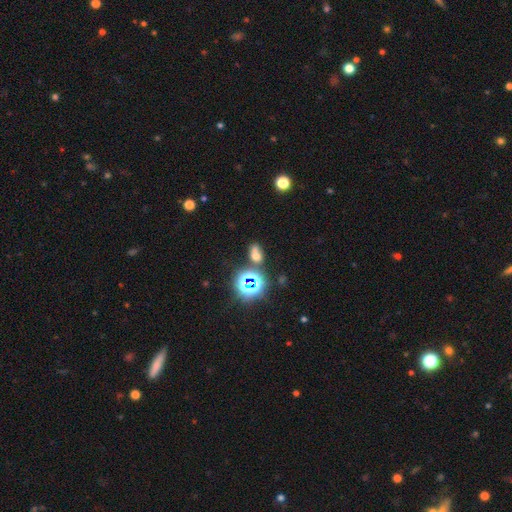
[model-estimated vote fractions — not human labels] smooth 48%, star or artifact 36%, featured or disk 16%. Down the decision tree: merging — none (46%).